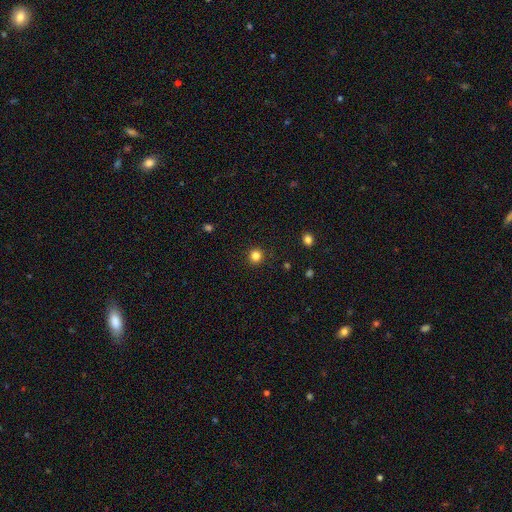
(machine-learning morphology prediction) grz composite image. It shows a smooth galaxy with no disk features (83%) that is round (94%). Merging: none (92%).